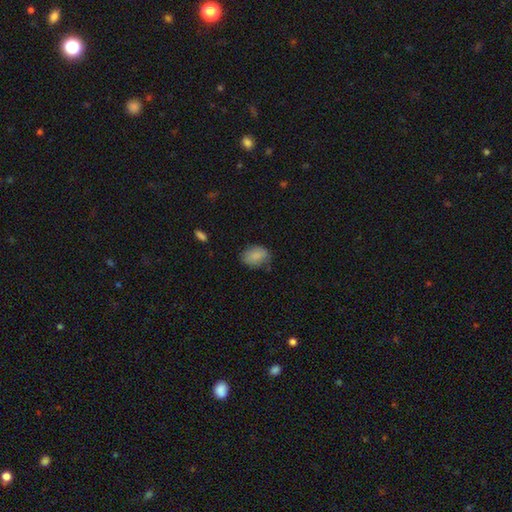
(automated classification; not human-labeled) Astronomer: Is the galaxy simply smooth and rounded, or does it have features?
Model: smooth — 86%.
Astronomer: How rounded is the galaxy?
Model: in between — 78%.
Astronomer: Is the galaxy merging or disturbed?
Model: none — 71%.